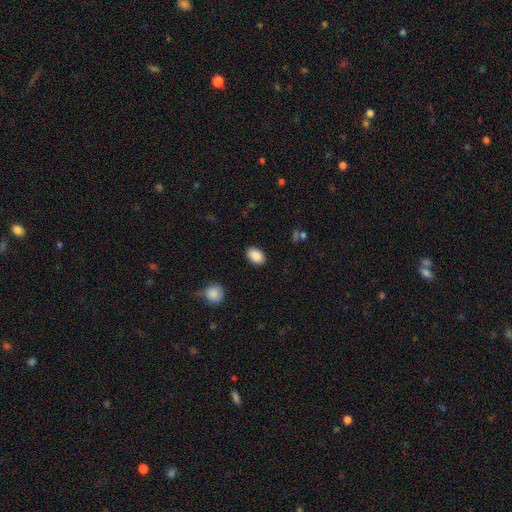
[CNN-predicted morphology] smooth_or_featured: smooth (p=0.89) [alt: star or artifact p=0.07]
how_rounded: in between (p=0.85) [alt: round p=0.14]
merging: none (p=0.88) [alt: minor disturbance p=0.09]